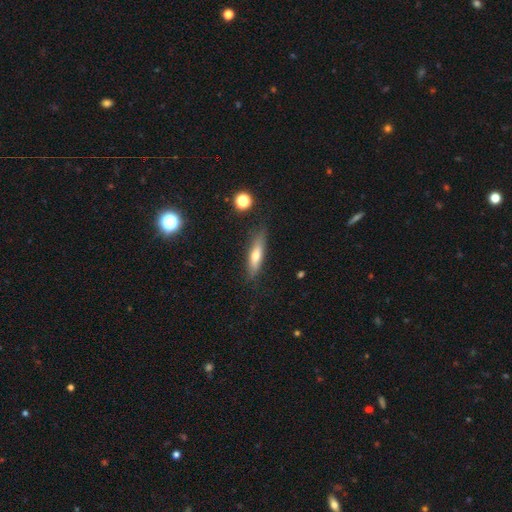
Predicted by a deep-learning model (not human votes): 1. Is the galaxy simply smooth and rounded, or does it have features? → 61% smooth, 32% featured or disk, 7% star or artifact.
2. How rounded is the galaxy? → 69% cigar-shaped, 29% in between, 2% round.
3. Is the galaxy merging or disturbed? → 78% none, 16% minor disturbance, 4% major disturbance, 2% merger.